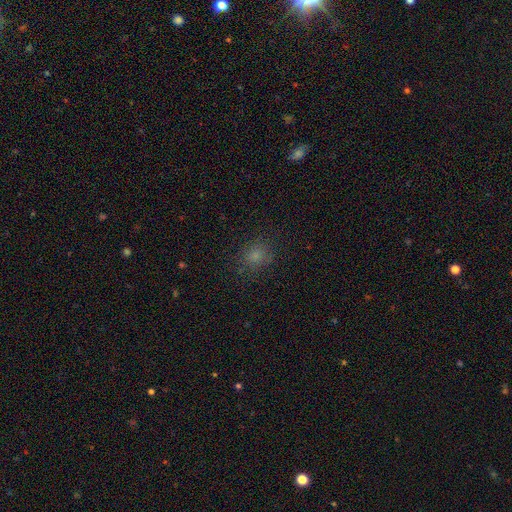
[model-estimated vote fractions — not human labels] A smooth galaxy with no disk features (75%) that is round (76%). Merging: none (83%).